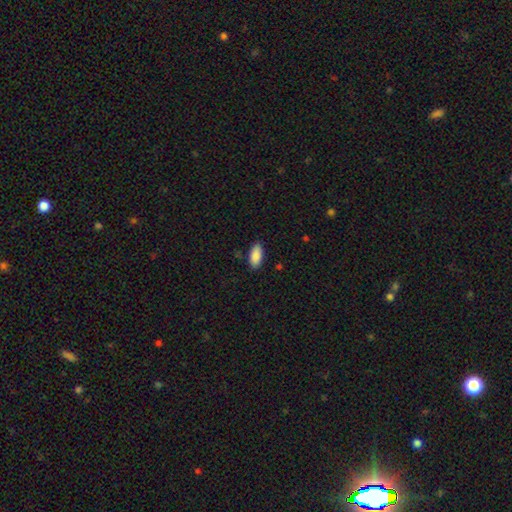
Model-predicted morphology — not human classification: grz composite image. It shows a smooth galaxy with no disk features (89%) that is in between round and cigar-shaped (88%). Merging: none (84%).